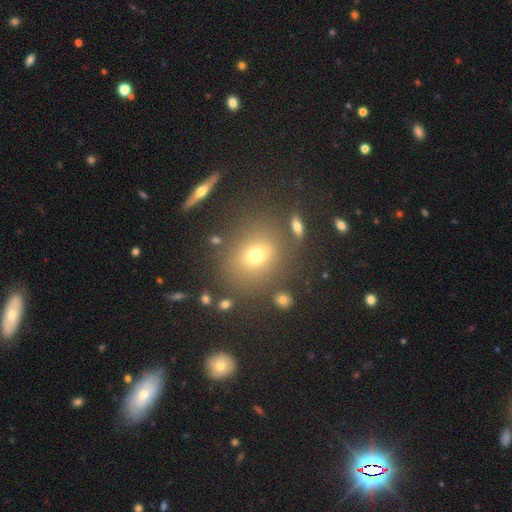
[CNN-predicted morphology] smooth 65%, star or artifact 19%, featured or disk 15%. Down the decision tree: how rounded — round (66%); merging — none (79%).